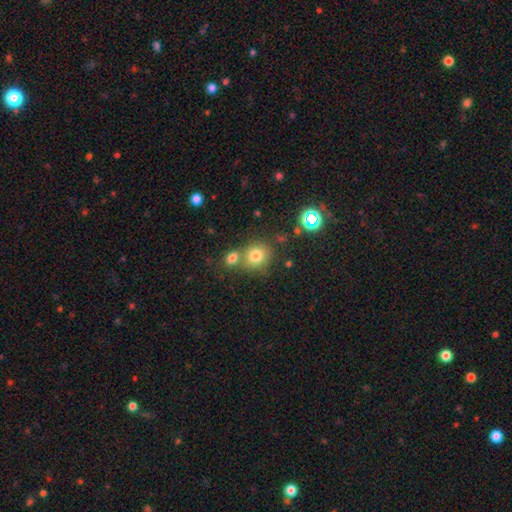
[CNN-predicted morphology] A smooth galaxy with no disk features (77%) that is round (82%). Merging: none (55%).